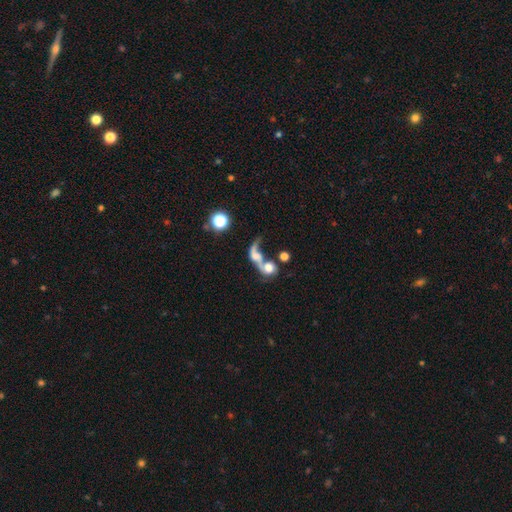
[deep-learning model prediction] Smooth or featured? Predicted: smooth (p=0.43, tied with featured or disk). Merging? Predicted: merger (p=0.60).